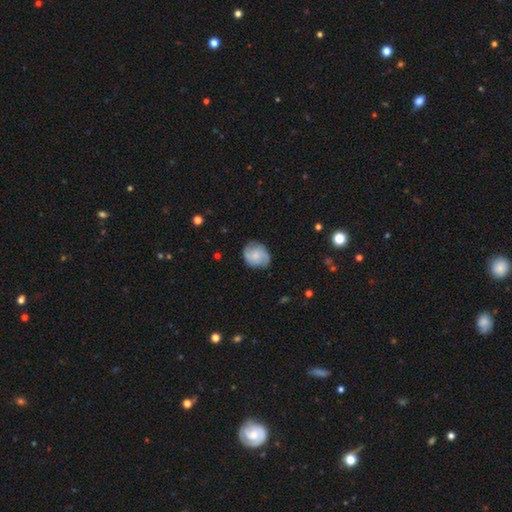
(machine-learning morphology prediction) Smooth or featured? Predicted: featured or disk (p=0.58). Edge-on disk? Predicted: no (p=0.98). Bar? Predicted: no (p=0.68). Spiral arms? Predicted: yes (p=0.91). Spiral winding? Predicted: medium (p=0.47). Spiral arm count? Predicted: 2 (p=0.57). Bulge size? Predicted: small (p=0.48). Merging? Predicted: none (p=0.75).